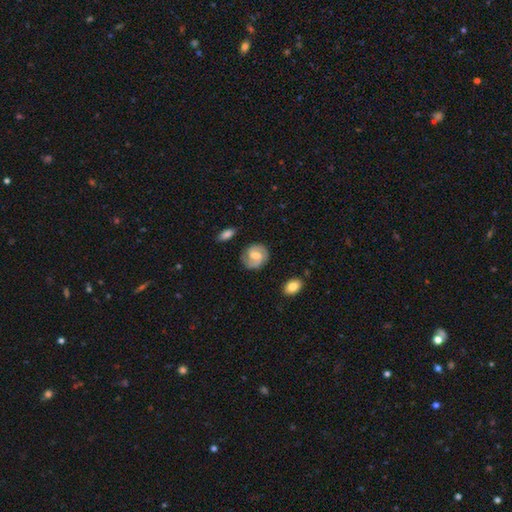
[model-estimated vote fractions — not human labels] A featured or disk galaxy (72%) with a weak bar (54%), 2 (85%) medium (47%) spiral arms (93%) and a moderate central bulge (49%).

Vote fractions:
- Smooth or featured? featured or disk: 72% / smooth: 22% / star or artifact: 6%
- Edge-on disk? no: 97% / yes: 3%
- Bar? weak: 54% / no: 28% / strong: 18%
- Spiral arms? yes: 93% / no: 7%
- Spiral winding? medium: 47% / tight: 37% / loose: 16%
- Spiral arm count? 2: 85% / can't tell: 7% / 1: 4% / 3: 2% / 4: 1% / more than 4: 1%
- Bulge size? moderate: 49% / small: 31% / none: 10% / large: 9% / dominant: 1%
- Merging? none: 78% / minor disturbance: 15% / major disturbance: 5% / merger: 2%